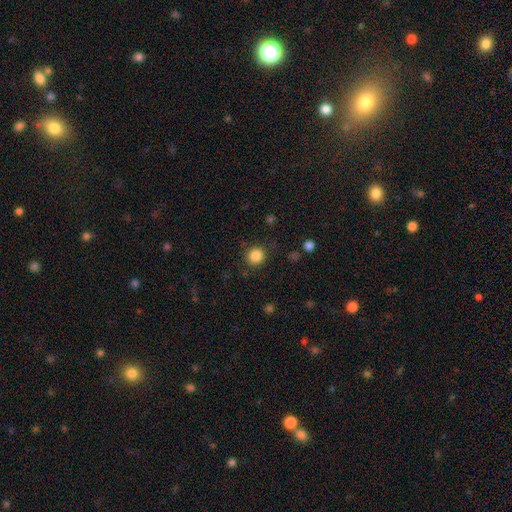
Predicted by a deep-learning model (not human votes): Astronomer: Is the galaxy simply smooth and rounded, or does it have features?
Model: smooth — 85%.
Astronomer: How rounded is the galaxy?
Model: round — 89%.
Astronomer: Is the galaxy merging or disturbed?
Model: none — 86%.